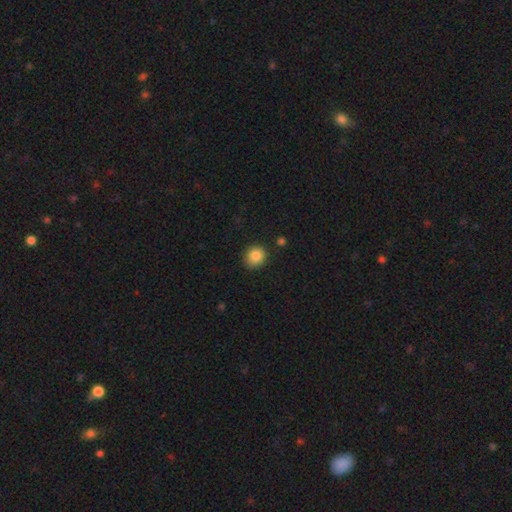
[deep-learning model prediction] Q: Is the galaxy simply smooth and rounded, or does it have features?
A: smooth — 87%.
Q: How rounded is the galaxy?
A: round — 82%.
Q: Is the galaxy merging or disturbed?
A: none — 86%.